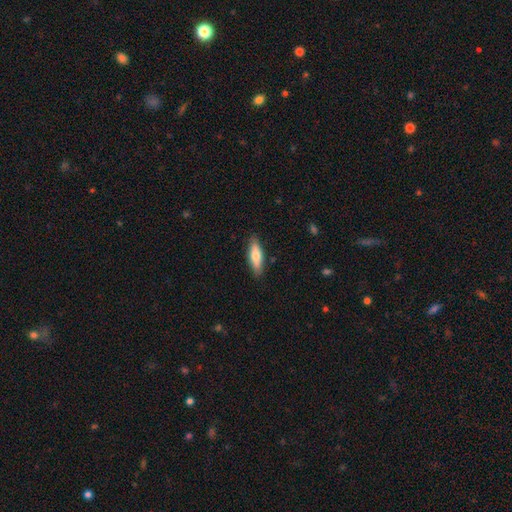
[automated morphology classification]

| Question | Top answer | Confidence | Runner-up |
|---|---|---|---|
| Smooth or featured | smooth | 67% | featured or disk (27%) |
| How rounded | in between | 50% | cigar-shaped (48%) |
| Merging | none | 87% | minor disturbance (10%) |